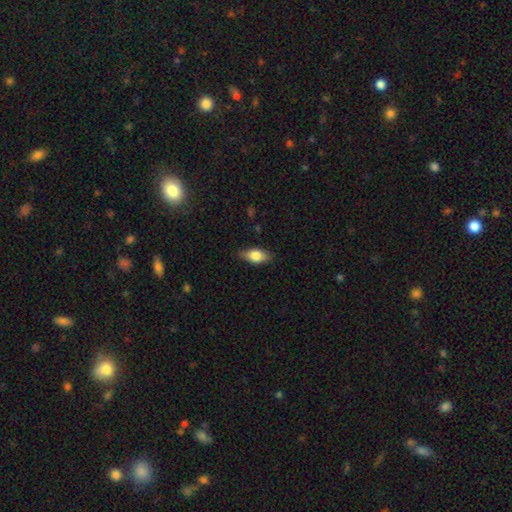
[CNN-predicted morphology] Smooth or featured? smooth (76%)
How rounded? in between (86%)
Merging? none (81%)